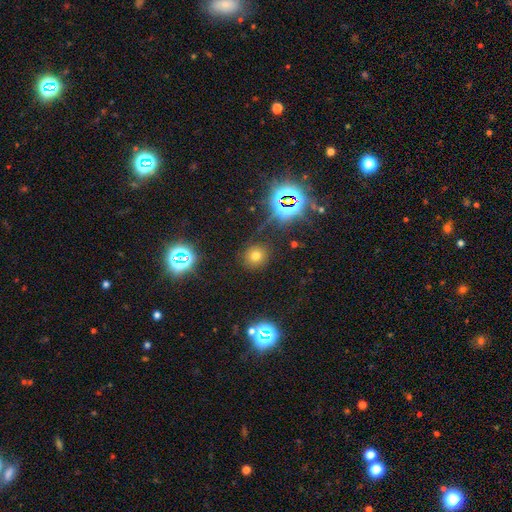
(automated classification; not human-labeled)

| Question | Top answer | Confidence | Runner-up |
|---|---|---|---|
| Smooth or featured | smooth | 64% | star or artifact (27%) |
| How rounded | round | 86% | in between (12%) |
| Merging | none | 84% | minor disturbance (9%) |